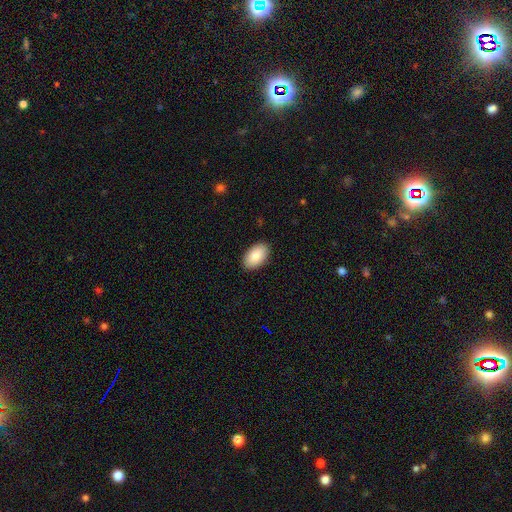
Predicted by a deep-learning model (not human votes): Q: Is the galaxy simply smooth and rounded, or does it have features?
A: smooth — 89%.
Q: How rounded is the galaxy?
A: in between — 95%.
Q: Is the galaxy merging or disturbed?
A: none — 89%.